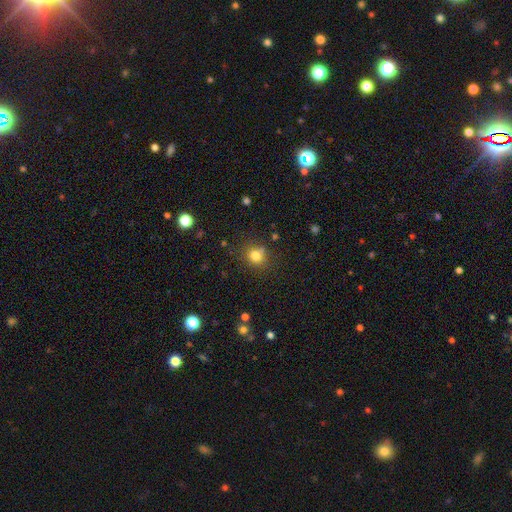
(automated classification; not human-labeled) smooth 78%, star or artifact 14%, featured or disk 8%. Down the decision tree: how rounded — round (81%); merging — none (74%).